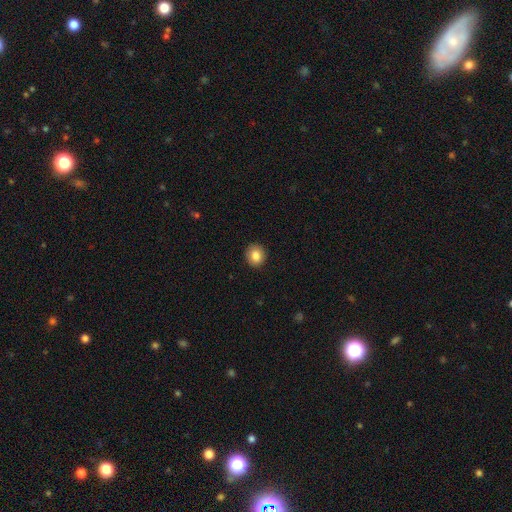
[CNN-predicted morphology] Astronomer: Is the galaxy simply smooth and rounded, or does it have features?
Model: smooth — 85%.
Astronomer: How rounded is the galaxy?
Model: round — 89%.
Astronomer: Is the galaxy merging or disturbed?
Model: none — 91%.